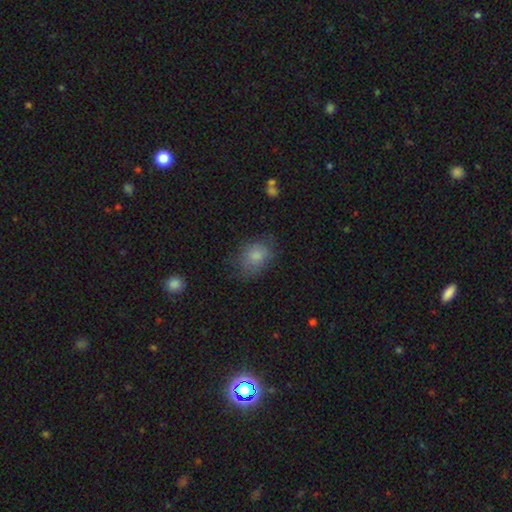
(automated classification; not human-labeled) Overall: smooth (80%). How rounded: in between (65%; round 34%). Merging: none (61%; minor disturbance 26%).